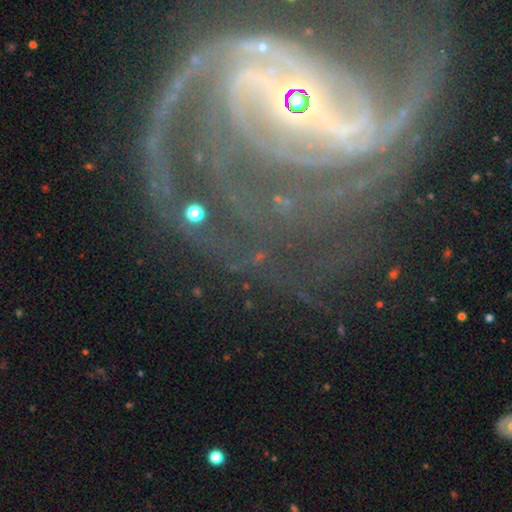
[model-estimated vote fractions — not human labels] A featured or disk galaxy (85%) with a strong bar (51%), 2 (31%) tight (56%) spiral arms (96%) and a small central bulge (64%).

Vote fractions:
- Smooth or featured? featured or disk: 85% / star or artifact: 9% / smooth: 6%
- Edge-on disk? no: 96% / yes: 4%
- Bar? strong: 51% / weak: 28% / no: 21%
- Spiral arms? yes: 96% / no: 4%
- Spiral winding? tight: 56% / medium: 33% / loose: 11%
- Spiral arm count? 2: 31% / can't tell: 18% / 3: 16% / 4: 12% / more than 4: 12% / 1: 11%
- Bulge size? small: 64% / moderate: 27% / large: 4% / none: 3% / dominant: 2%
- Merging? none: 70% / minor disturbance: 14% / major disturbance: 13% / merger: 3%